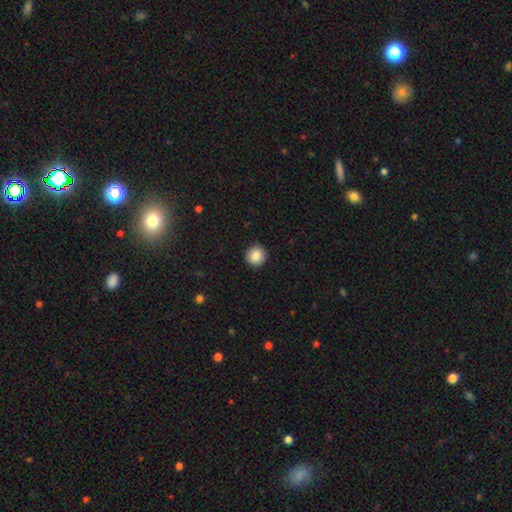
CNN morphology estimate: smooth-or-featured: smooth: 86% | star or artifact: 8% | featured or disk: 6%
  how-rounded: round: 92% | in between: 7% | cigar-shaped: 1%
  merging: none: 92% | minor disturbance: 6% | major disturbance: 2% | merger: 1%